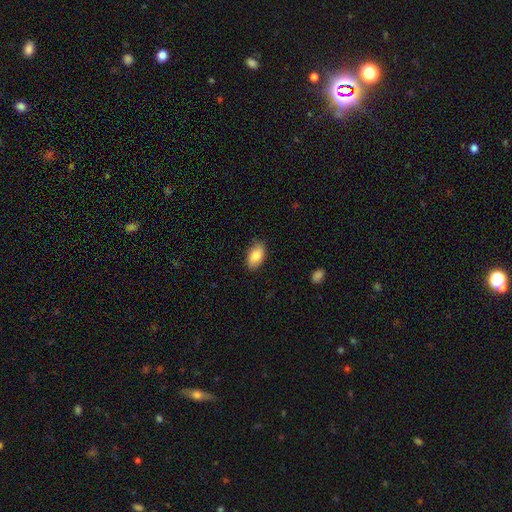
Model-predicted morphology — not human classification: This is clearly a smooth galaxy (83%). How rounded: clearly in between (93%). Merging: clearly none (85%).